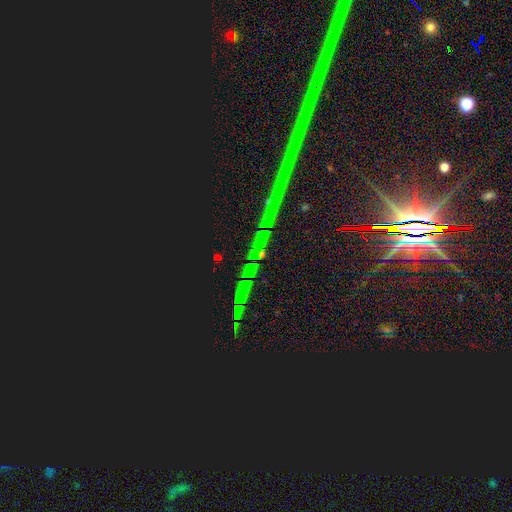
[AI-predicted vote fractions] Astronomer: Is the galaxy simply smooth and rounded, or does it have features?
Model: star or artifact — 83%.